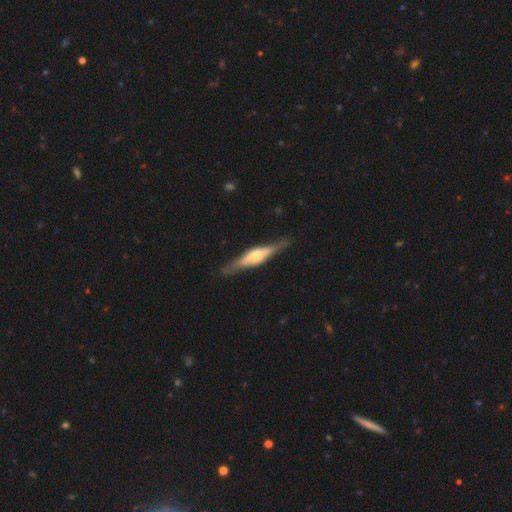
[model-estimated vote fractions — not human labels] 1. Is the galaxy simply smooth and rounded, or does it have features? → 74% featured or disk, 21% smooth, 5% star or artifact.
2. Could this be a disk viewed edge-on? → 93% yes, 7% no.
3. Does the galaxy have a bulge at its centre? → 79% rounded, 17% boxy, 4% none.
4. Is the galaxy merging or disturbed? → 83% none, 12% minor disturbance, 3% major disturbance, 1% merger.